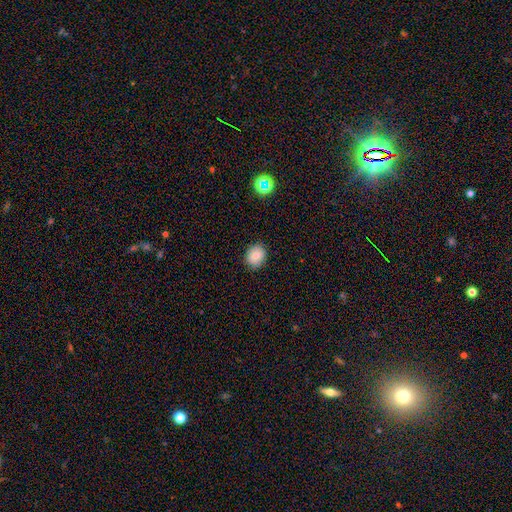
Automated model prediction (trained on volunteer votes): smooth_or_featured: smooth (p=0.84) [alt: star or artifact p=0.10]
how_rounded: round (p=0.64) [alt: in between p=0.35]
merging: none (p=0.88) [alt: minor disturbance p=0.09]